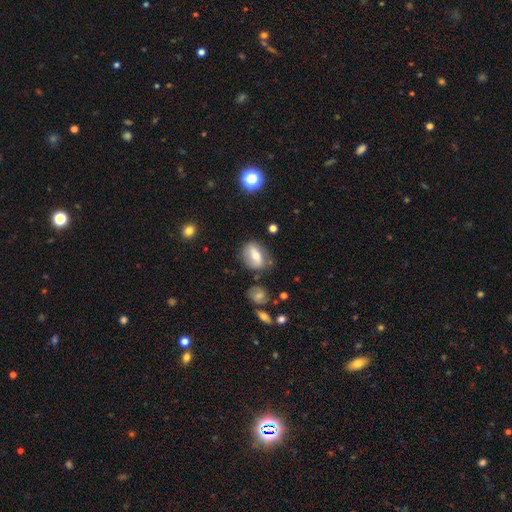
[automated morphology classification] smooth-or-featured: smooth: 56% | featured or disk: 35% | star or artifact: 10%
  how-rounded: in between: 72% | round: 23% | cigar-shaped: 5%
  merging: none: 69% | minor disturbance: 20% | major disturbance: 6% | merger: 4%